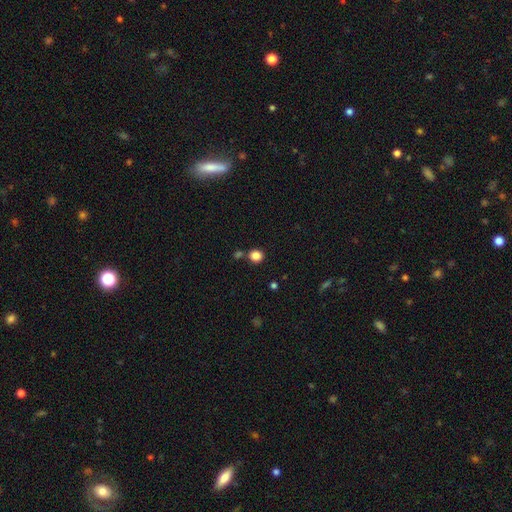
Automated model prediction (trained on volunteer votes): A smooth galaxy with no disk features (84%) that is round (86%).

Vote fractions:
- Smooth or featured? smooth: 84% / star or artifact: 12% / featured or disk: 4%
- How rounded? round: 86% / in between: 14% / cigar-shaped: 1%
- Merging? none: 75% / merger: 13% / minor disturbance: 9% / major disturbance: 3%